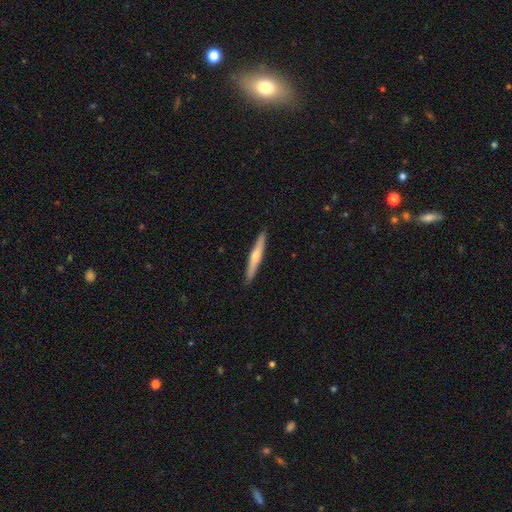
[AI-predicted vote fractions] smooth_or_featured: featured or disk (p=0.48) [alt: smooth p=0.47]
merging: none (p=0.91) [alt: minor disturbance p=0.07]